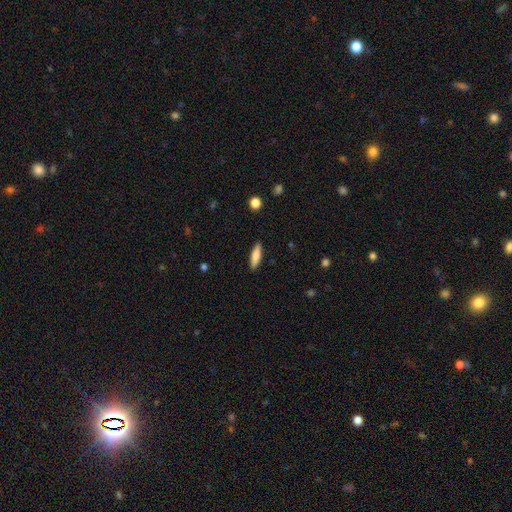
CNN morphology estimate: This is likely a smooth galaxy (74%). How rounded: likely cigar-shaped (68%). Merging: clearly none (90%).